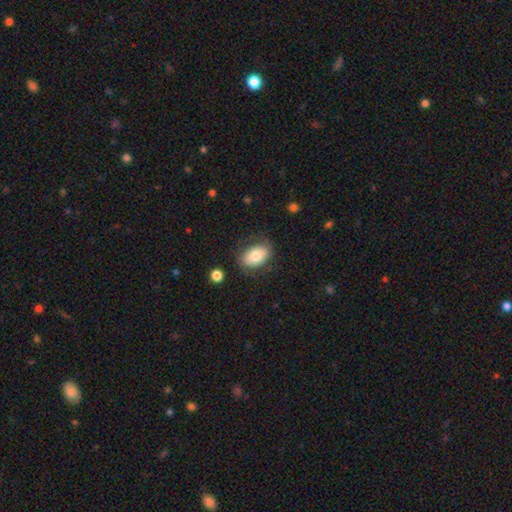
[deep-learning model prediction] This is likely a smooth galaxy (76%). How rounded: clearly in between (87%). Merging: likely none (76%).